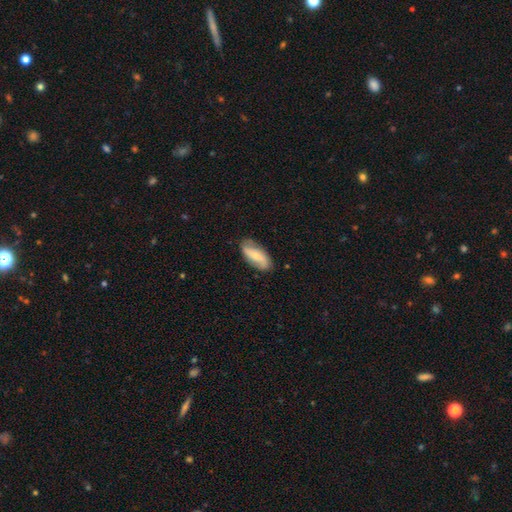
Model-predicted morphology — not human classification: type=smooth (48%); merging=none (79%).